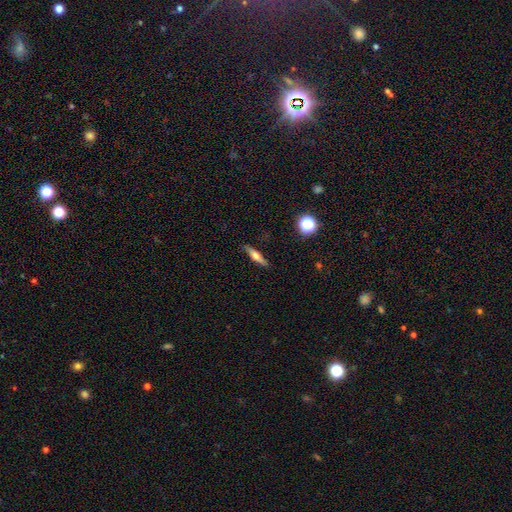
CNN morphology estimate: This is possibly a smooth galaxy (46%, tied with featured or disk). Merging: clearly none (87%).